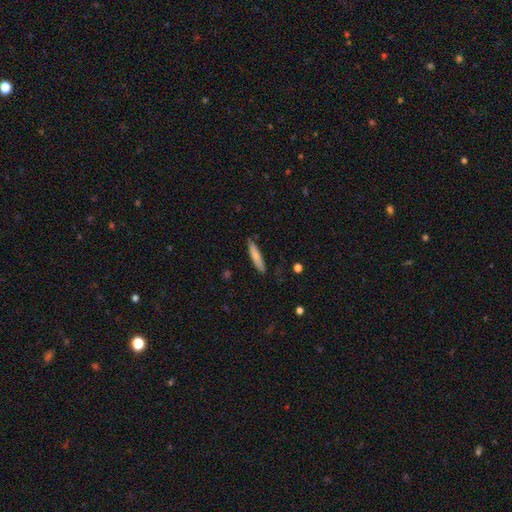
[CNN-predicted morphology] type=smooth (76%); roundness=cigar-shaped (87%); merging=none (83%).